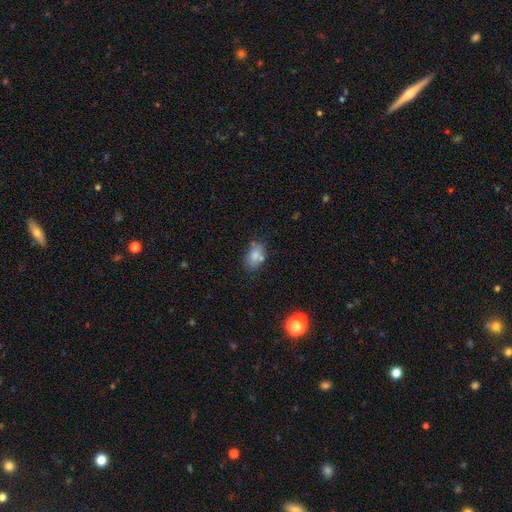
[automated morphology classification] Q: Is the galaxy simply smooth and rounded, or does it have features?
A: smooth — 75%.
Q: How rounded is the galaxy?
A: in between — 84%.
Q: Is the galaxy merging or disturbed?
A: none — 63%.